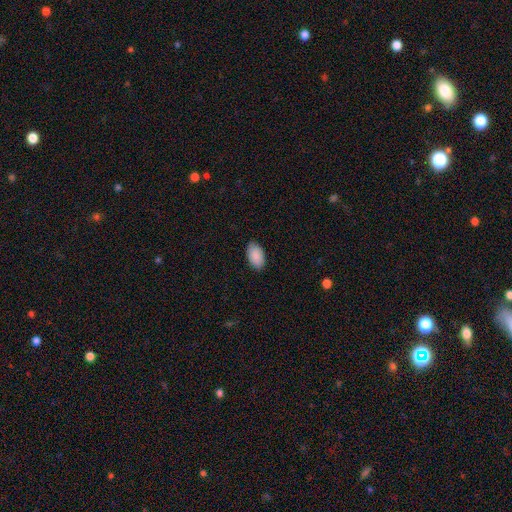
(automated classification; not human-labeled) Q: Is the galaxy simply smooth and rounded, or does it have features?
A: smooth — 90%.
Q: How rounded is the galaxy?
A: in between — 95%.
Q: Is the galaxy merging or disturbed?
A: none — 86%.